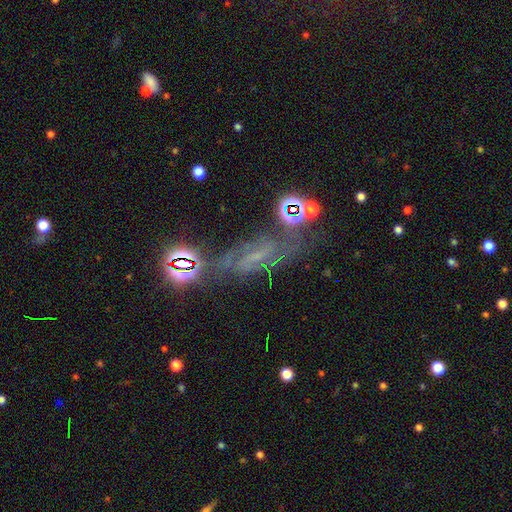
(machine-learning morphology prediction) This is likely a featured or disk galaxy (61%). It is clearly not viewed edge-on (90%). Bar: marginally weak (39%, tied with strong). Spiral arm pattern: clearly yes (84%). Central bulge: possibly small (50%). Merging: possibly none (52%).